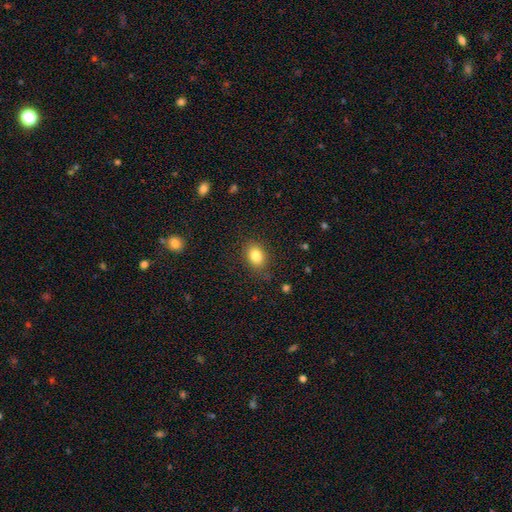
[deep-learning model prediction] The model was most divided on "how rounded": in between: 72%, round: 27%, cigar-shaped: 1%. More confident: smooth or featured — smooth (83%); merging — none (81%).